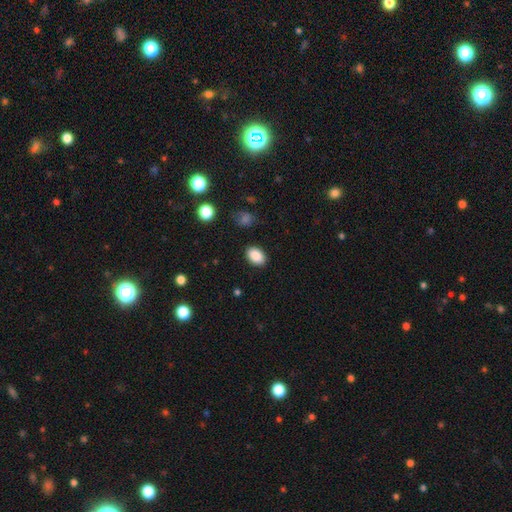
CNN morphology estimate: Q: Smooth or featured?
A: smooth (88%); runner-up: star or artifact (8%)
Q: How rounded?
A: in between (84%); runner-up: round (15%)
Q: Merging?
A: none (88%); runner-up: minor disturbance (8%)